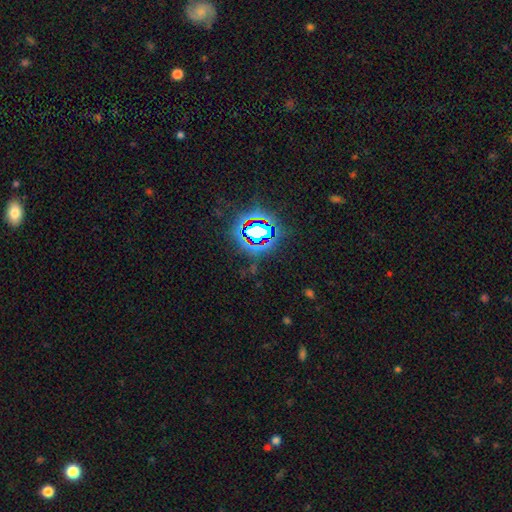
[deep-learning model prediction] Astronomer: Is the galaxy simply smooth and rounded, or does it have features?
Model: star or artifact — 80%.